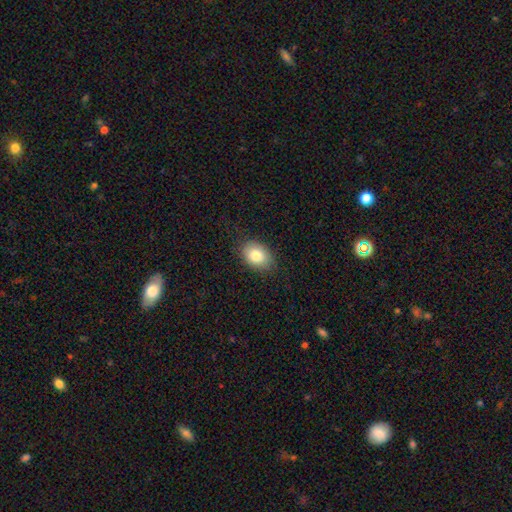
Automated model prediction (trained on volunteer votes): Morphology: type=smooth (81%); roundness=in between (79%); merging=none (85%).